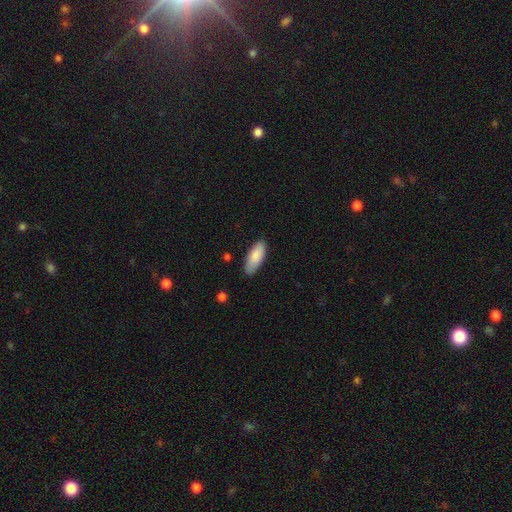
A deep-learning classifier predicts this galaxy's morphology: Overall: smooth (85%). How rounded: in between (79%). Merging: none (84%).